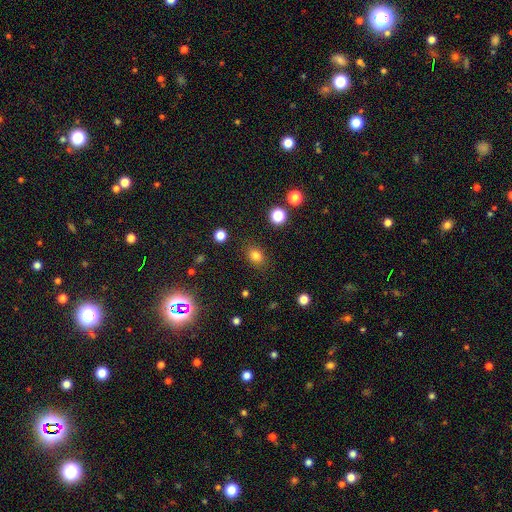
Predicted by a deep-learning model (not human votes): Smooth or featured?
  - smooth: 80% *
  - star or artifact: 14%
  - featured or disk: 6%
How rounded?
  - in between: 53% *
  - round: 46%
  - cigar-shaped: 1%
Merging?
  - none: 85% *
  - minor disturbance: 10%
  - major disturbance: 3%
  - merger: 2%